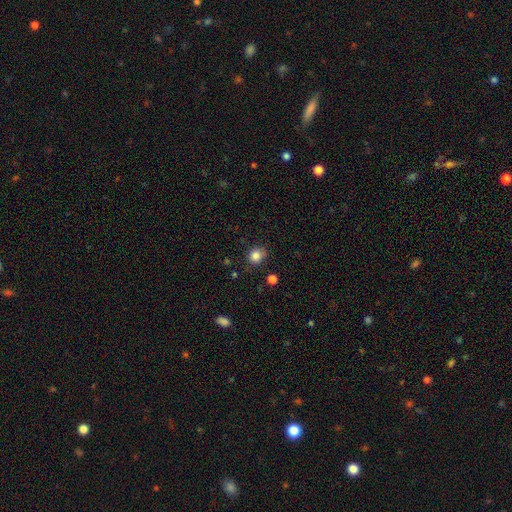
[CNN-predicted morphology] The model was most divided on "how rounded": round: 76%, in between: 23%, cigar-shaped: 1%. More confident: smooth or featured — smooth (83%); merging — none (80%).